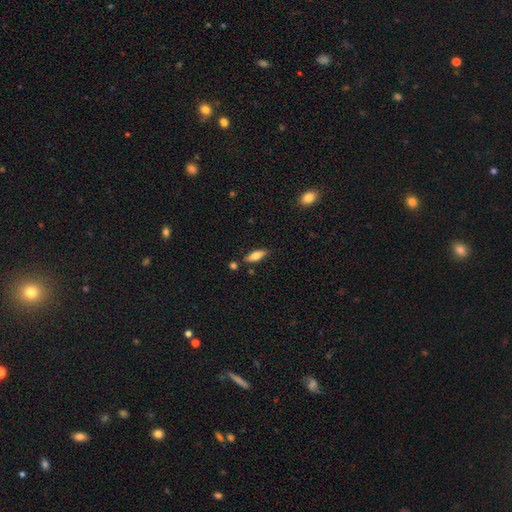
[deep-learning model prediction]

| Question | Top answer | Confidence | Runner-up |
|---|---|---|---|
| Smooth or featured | smooth | 70% | featured or disk (24%) |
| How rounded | in between | 62% | cigar-shaped (35%) |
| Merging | none | 81% | minor disturbance (12%) |